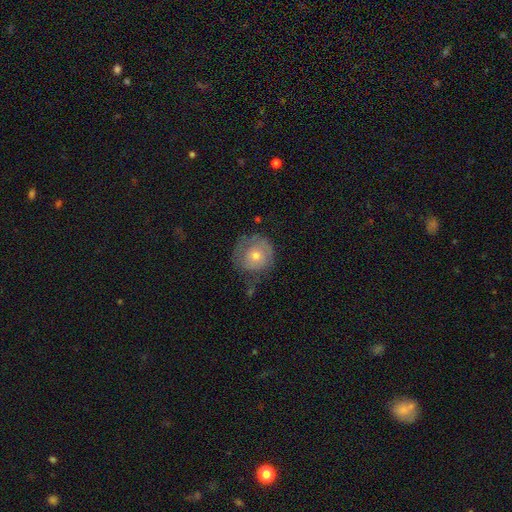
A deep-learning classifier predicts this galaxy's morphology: featured or disk 46%, smooth 45%, star or artifact 9%. Down the decision tree: merging — none (60%).